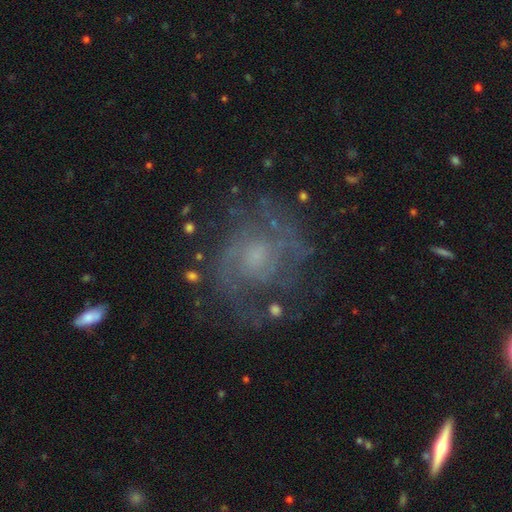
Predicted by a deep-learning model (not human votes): A featured or disk galaxy (77%) with no bar (69%), 2 (44%) medium (44%) spiral arms (86%) and a small central bulge (45%).

Vote fractions:
- Smooth or featured? featured or disk: 77% / smooth: 13% / star or artifact: 10%
- Edge-on disk? no: 98% / yes: 2%
- Bar? no: 69% / weak: 27% / strong: 4%
- Spiral arms? yes: 86% / no: 14%
- Spiral winding? medium: 44% / tight: 40% / loose: 17%
- Spiral arm count? 2: 44% / can't tell: 30% / 3: 11% / 1: 6% / 4: 5% / more than 4: 4%
- Bulge size? small: 45% / moderate: 34% / none: 15% / large: 5% / dominant: 1%
- Merging? none: 67% / minor disturbance: 17% / major disturbance: 14% / merger: 2%